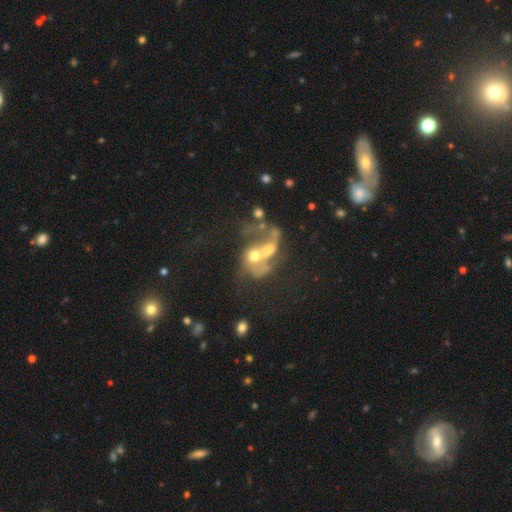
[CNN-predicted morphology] This appears to be a featured or disk galaxy (66%) with no bar (74%), spiral arms (51%) and a moderate central bulge (56%). Merging: merger (66%).